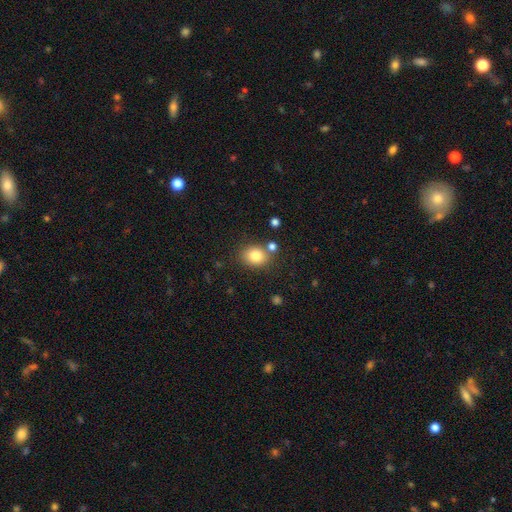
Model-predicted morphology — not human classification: A smooth galaxy with no disk features (81%) that is round (55%).

Vote fractions:
- Smooth or featured? smooth: 81% / star or artifact: 11% / featured or disk: 8%
- How rounded? round: 55% / in between: 44% / cigar-shaped: 1%
- Merging? none: 74% / minor disturbance: 11% / merger: 11% / major disturbance: 4%